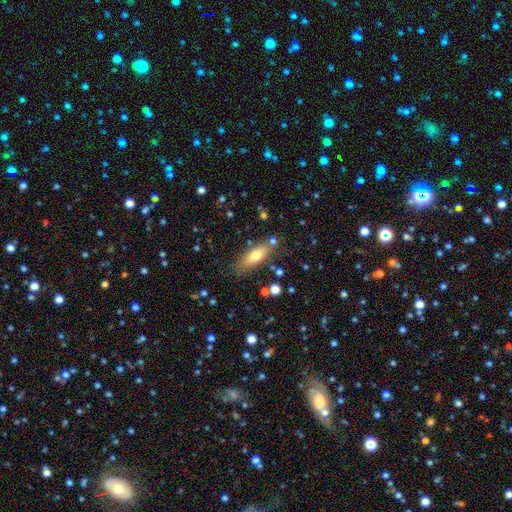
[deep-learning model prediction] Smooth or featured?
  - smooth: 71% *
  - featured or disk: 21%
  - star or artifact: 8%
How rounded?
  - in between: 63% *
  - cigar-shaped: 34%
  - round: 3%
Merging?
  - none: 74% *
  - minor disturbance: 15%
  - merger: 7%
  - major disturbance: 4%